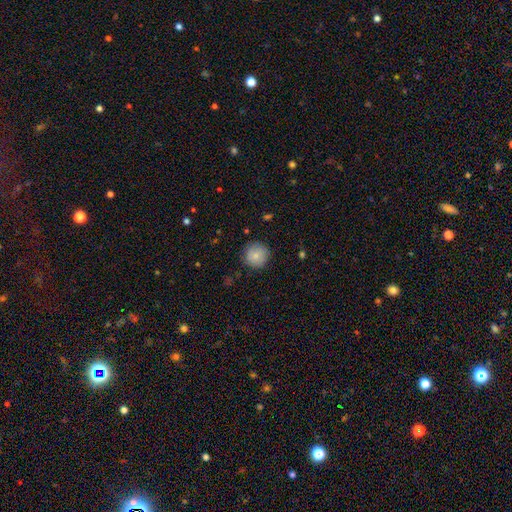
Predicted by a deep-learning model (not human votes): smooth 81%, featured or disk 11%, star or artifact 8%. Down the decision tree: how rounded — round (95%); merging — none (86%).